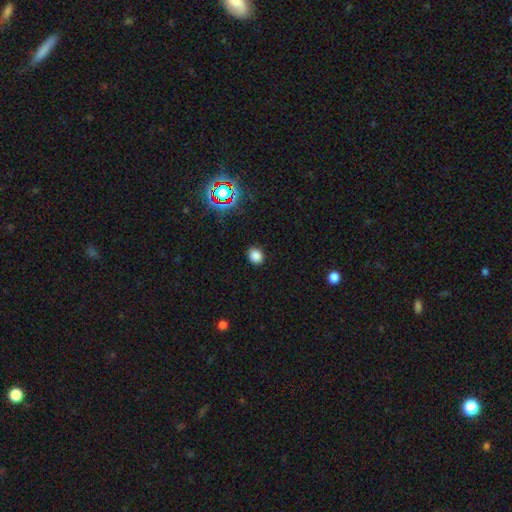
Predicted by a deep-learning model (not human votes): This is clearly a smooth galaxy (82%). How rounded: likely round (73%). Merging: clearly none (89%).